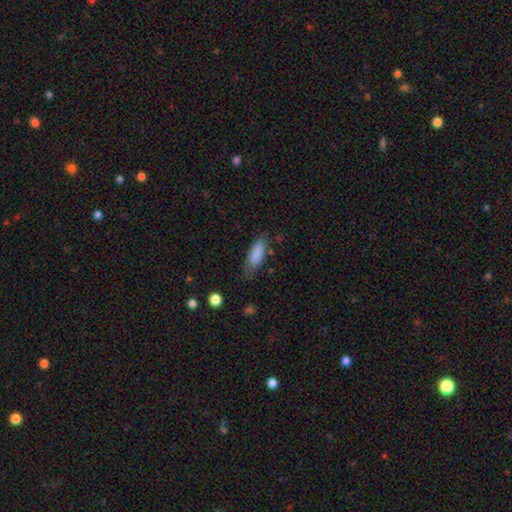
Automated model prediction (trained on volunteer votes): Overall: smooth (84%). How rounded: in between (67%; cigar-shaped 31%). Merging: none (61%; minor disturbance 28%).